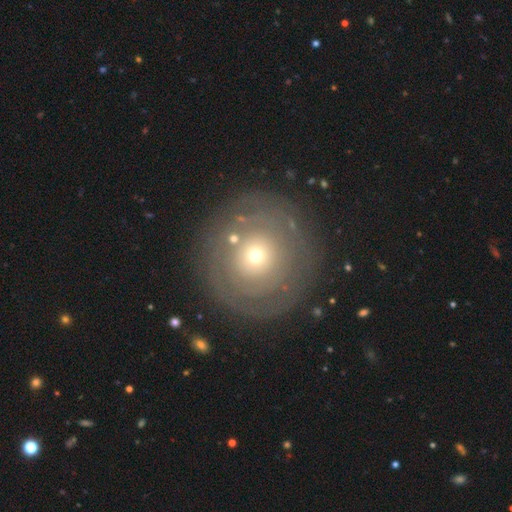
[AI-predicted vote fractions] A featured or disk galaxy (50%). Merging: none (82%).